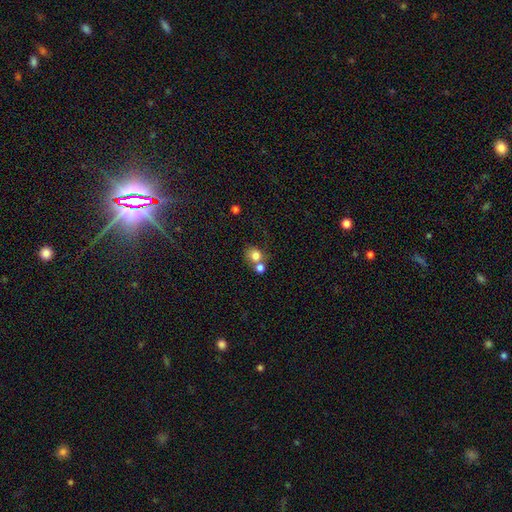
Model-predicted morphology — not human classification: smooth_or_featured: smooth (p=0.79) [alt: star or artifact p=0.11]
how_rounded: round (p=0.77) [alt: in between p=0.22]
merging: merger (p=0.46) [alt: none p=0.39]